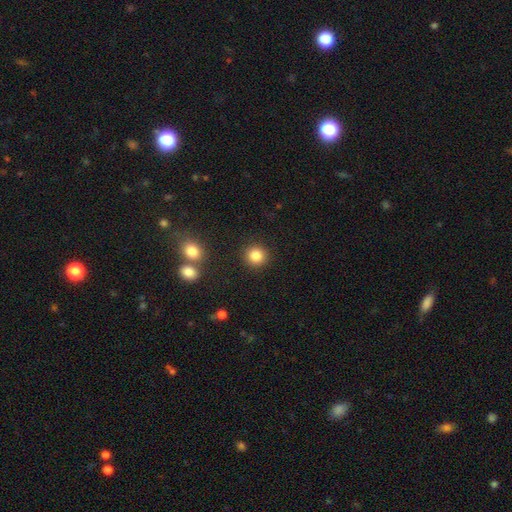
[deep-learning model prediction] Smooth or featured?
  - smooth: 84% *
  - star or artifact: 11%
  - featured or disk: 5%
How rounded?
  - round: 91% *
  - in between: 8%
  - cigar-shaped: 1%
Merging?
  - none: 89% *
  - minor disturbance: 6%
  - merger: 3%
  - major disturbance: 2%